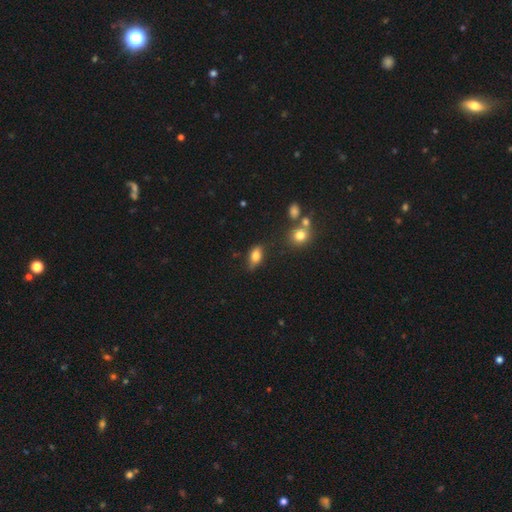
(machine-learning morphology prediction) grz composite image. It shows a smooth galaxy with no disk features (75%) that is in between round and cigar-shaped (81%). Merging: none (71%).